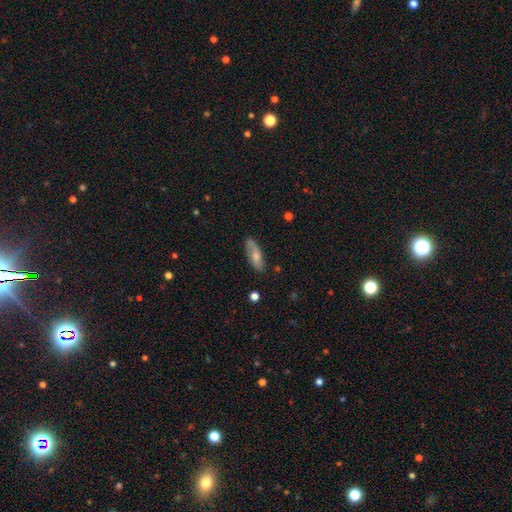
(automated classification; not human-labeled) Smooth or featured? Predicted: smooth (p=0.64). How rounded? Predicted: in between (p=0.62). Merging? Predicted: none (p=0.78).